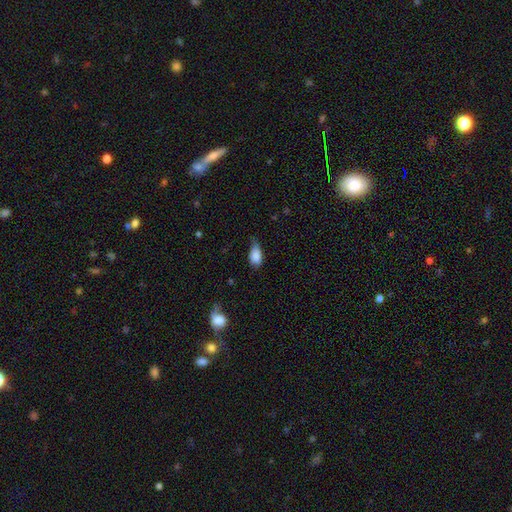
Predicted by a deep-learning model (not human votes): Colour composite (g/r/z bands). It shows a smooth galaxy with no disk features (86%) that is in between round and cigar-shaped (90%). Merging: minor disturbance (44%).